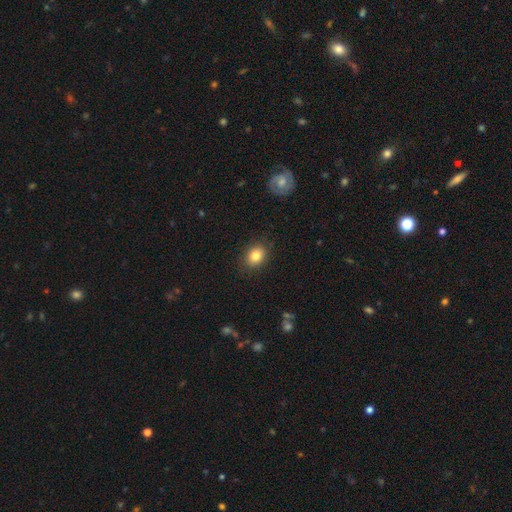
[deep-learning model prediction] Overall: smooth (84%). How rounded: in between (57%; round 42%). Merging: none (85%).